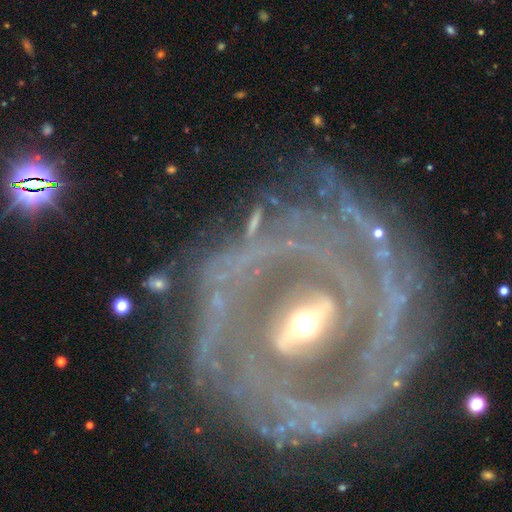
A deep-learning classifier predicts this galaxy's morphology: The model was most divided on "spiral arm count": 2: 33%, can't tell: 28%, 3: 12%, more than 4: 10%, 4: 9%, 1: 8%. More confident: edge-on disk — no (94%); smooth or featured — featured or disk (88%); spiral arms — yes (87%); merging — none (70%); spiral winding — tight (63%); bar — strong (57%); bulge size — moderate (54%).